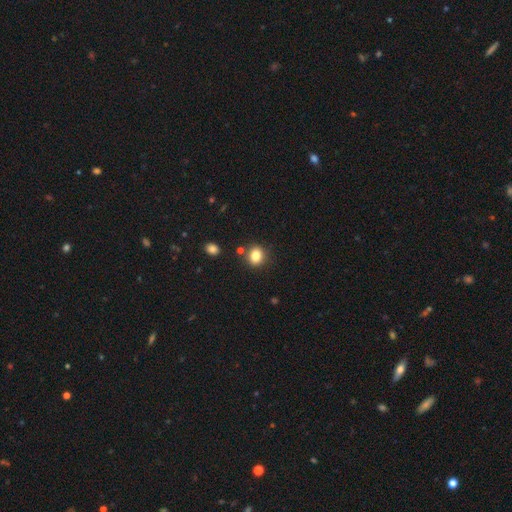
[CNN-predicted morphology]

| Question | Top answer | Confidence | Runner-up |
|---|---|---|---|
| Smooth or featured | smooth | 83% | star or artifact (11%) |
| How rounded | round | 73% | in between (26%) |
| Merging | none | 83% | minor disturbance (9%) |